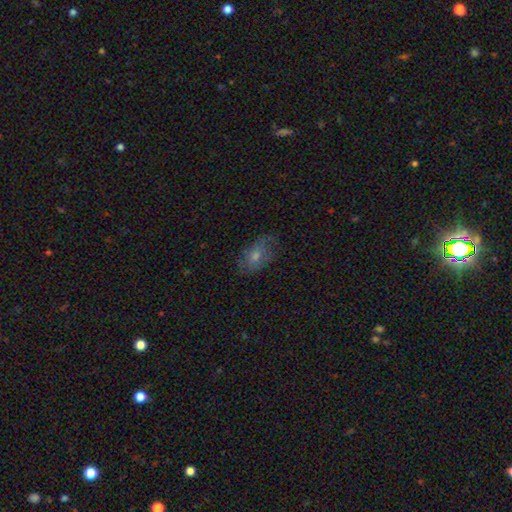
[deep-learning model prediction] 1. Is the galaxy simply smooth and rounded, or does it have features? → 59% smooth, 30% featured or disk, 10% star or artifact.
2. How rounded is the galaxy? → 86% in between, 11% round, 3% cigar-shaped.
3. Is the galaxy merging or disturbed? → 59% none, 27% minor disturbance, 13% major disturbance, 1% merger.